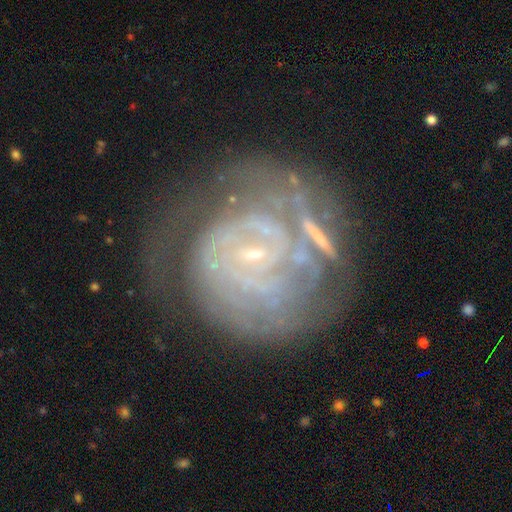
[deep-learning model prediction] A featured or disk galaxy (81%) with no bar (48%), tight (74%) spiral arms (90%) and a small central bulge (83%). Merging: none (60%).